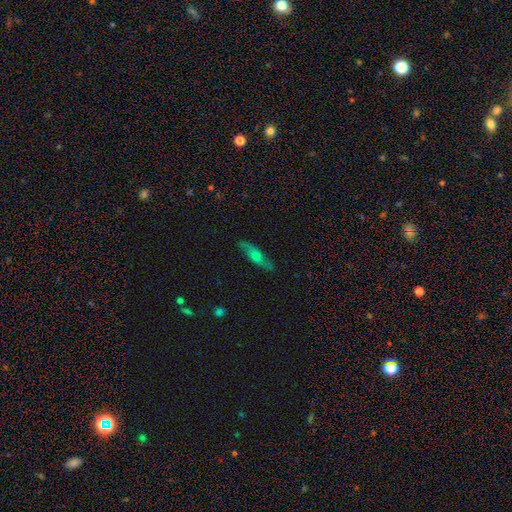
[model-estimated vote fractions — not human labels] This is possibly a featured or disk galaxy (50%). It is possibly not viewed edge-on (53%). Merging: likely none (76%).